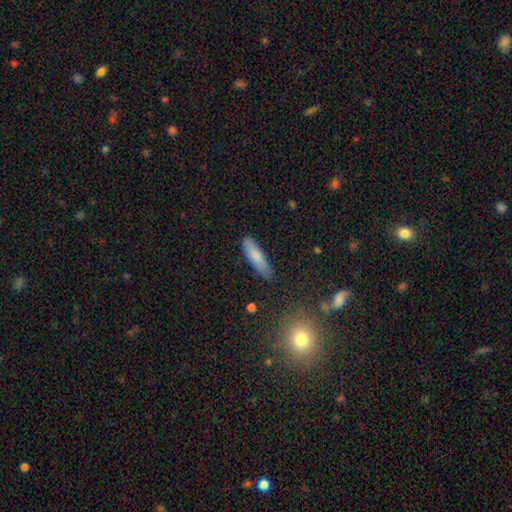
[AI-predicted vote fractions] A smooth galaxy with no disk features (79%) that is cigar-shaped (73%).

Vote fractions:
- Smooth or featured? smooth: 79% / featured or disk: 15% / star or artifact: 6%
- How rounded? cigar-shaped: 73% / in between: 26% / round: 2%
- Merging? none: 85% / minor disturbance: 11% / major disturbance: 2% / merger: 2%